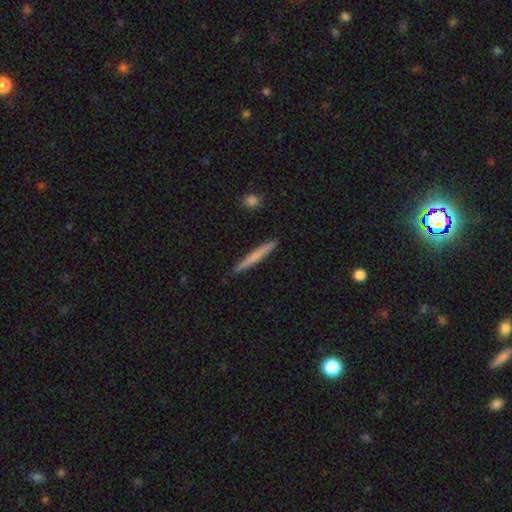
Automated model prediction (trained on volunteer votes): Q: Smooth or featured?
A: smooth (64%); runner-up: featured or disk (31%)
Q: How rounded?
A: cigar-shaped (96%); runner-up: in between (2%)
Q: Merging?
A: none (91%); runner-up: minor disturbance (6%)